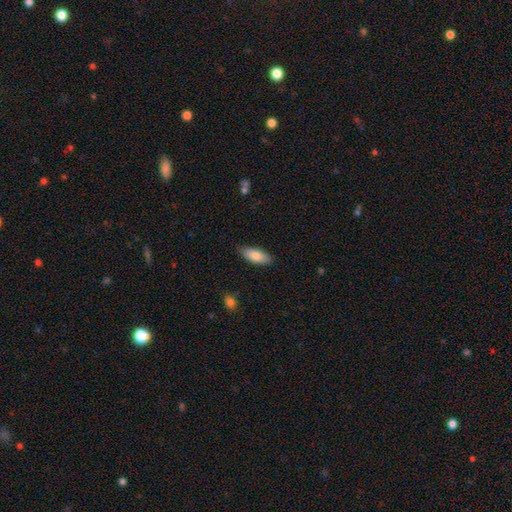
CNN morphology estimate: The model was most divided on "how rounded": in between: 81%, cigar-shaped: 17%, round: 2%. More confident: smooth or featured — smooth (82%); merging — none (81%).